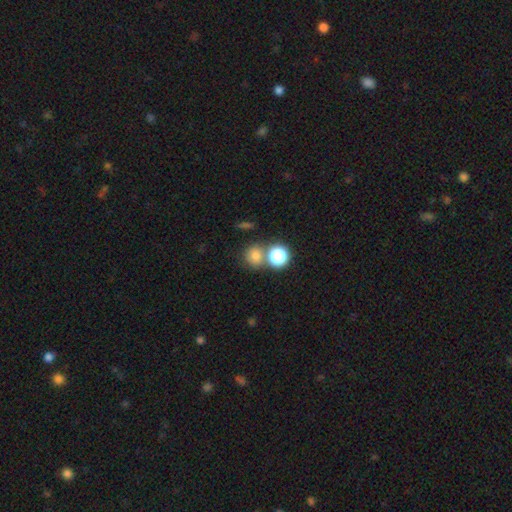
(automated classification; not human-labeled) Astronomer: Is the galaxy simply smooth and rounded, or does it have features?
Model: smooth — 74%.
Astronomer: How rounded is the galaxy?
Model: round — 84%.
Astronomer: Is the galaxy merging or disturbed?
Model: none — 61%.